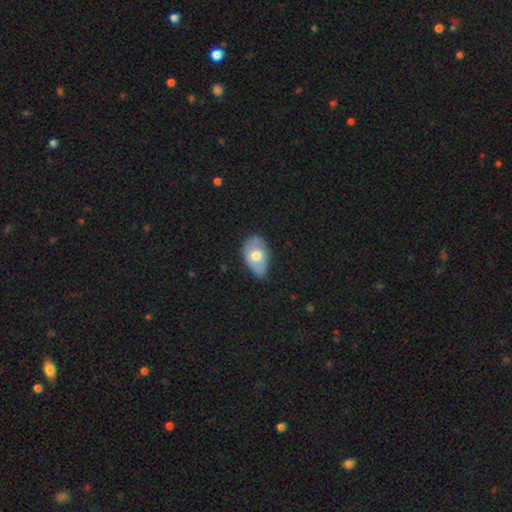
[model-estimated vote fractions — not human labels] smooth 63%, featured or disk 31%, star or artifact 6%. Down the decision tree: how rounded — in between (91%); merging — none (63%).